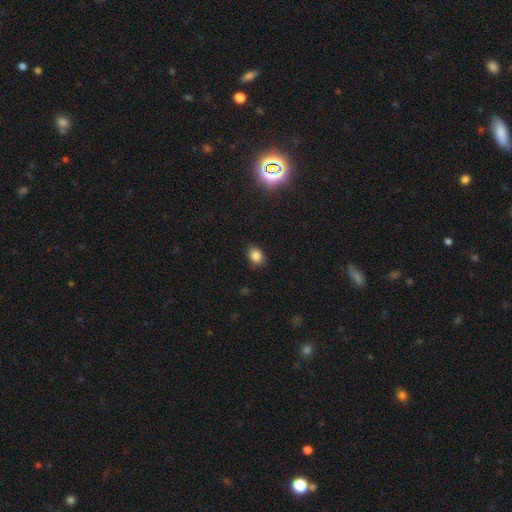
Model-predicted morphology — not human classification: Smooth or featured?
  - smooth: 84% *
  - star or artifact: 11%
  - featured or disk: 5%
How rounded?
  - in between: 64% *
  - round: 35%
  - cigar-shaped: 1%
Merging?
  - none: 83% *
  - minor disturbance: 13%
  - major disturbance: 3%
  - merger: 1%